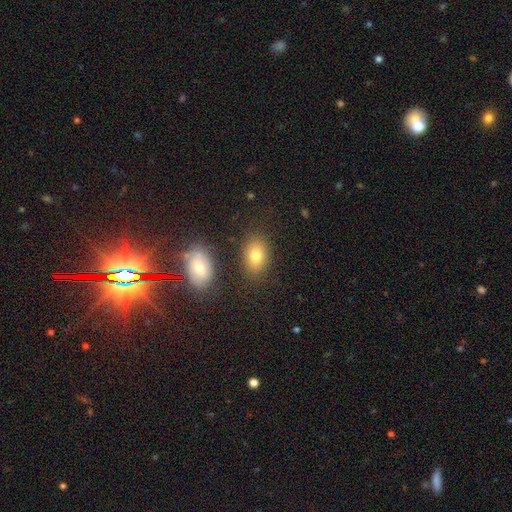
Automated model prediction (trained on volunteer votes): Smooth or featured: smooth — 79% (featured or disk — 12%)
How rounded: in between — 80% (round — 18%)
Merging: none — 80% (minor disturbance — 11%)